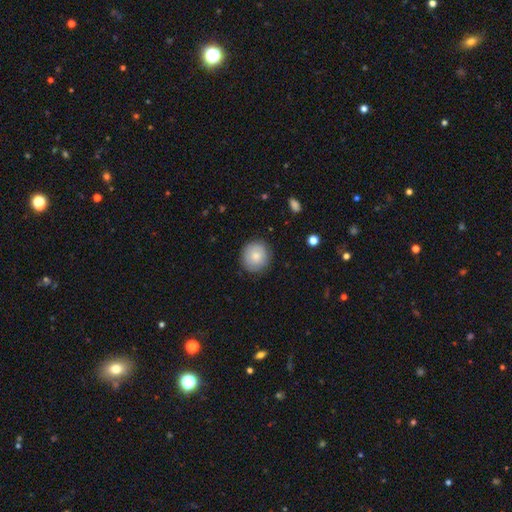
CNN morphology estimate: This appears to be a smooth galaxy with no disk features (75%) that is round (90%). Merging: none (85%).